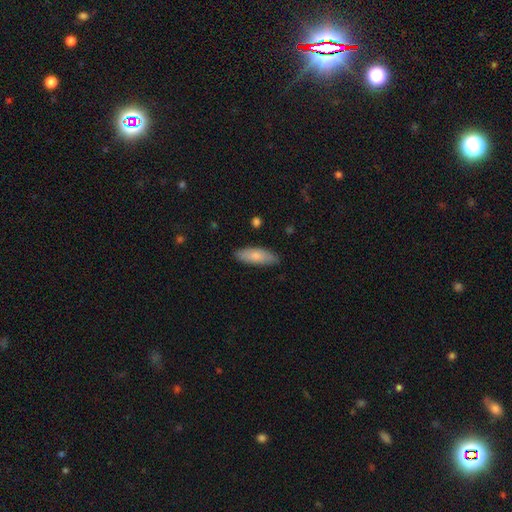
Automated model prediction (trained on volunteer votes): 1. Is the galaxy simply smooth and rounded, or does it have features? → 80% smooth, 14% featured or disk, 5% star or artifact.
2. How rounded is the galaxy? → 65% in between, 33% cigar-shaped, 2% round.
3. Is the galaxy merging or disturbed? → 84% none, 13% minor disturbance, 2% major disturbance, 1% merger.